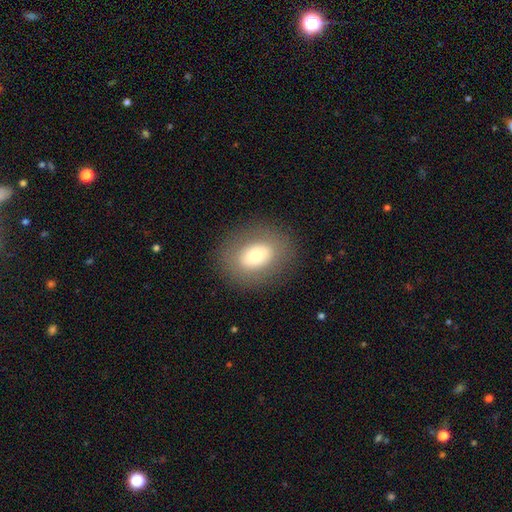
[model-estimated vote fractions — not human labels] Smooth or featured? smooth (69%)
How rounded? in between (59%)
Merging? none (84%)